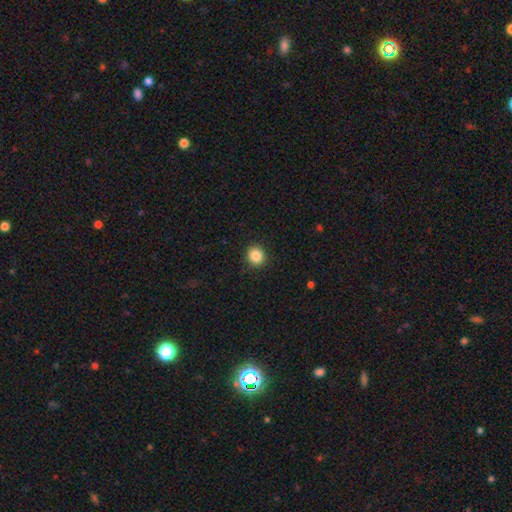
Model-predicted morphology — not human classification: Overall: smooth (86%). How rounded: round (87%). Merging: none (91%).